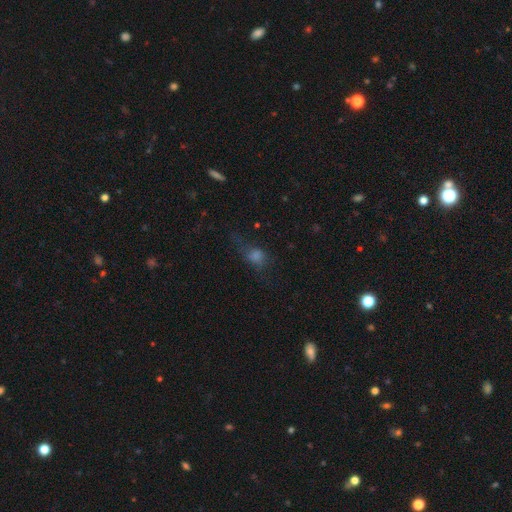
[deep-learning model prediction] Morphology: type=smooth (56%); roundness=in between (49%); merging=none (47%).